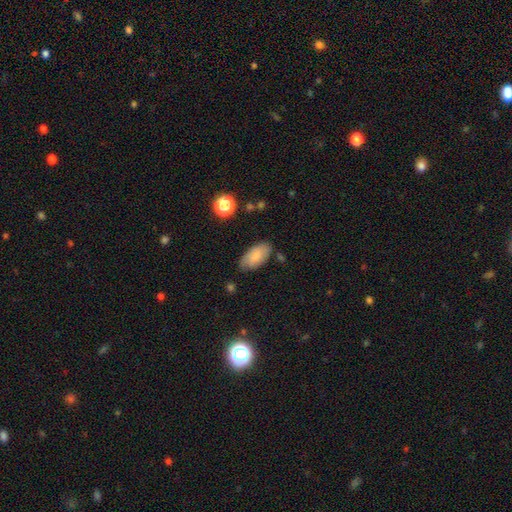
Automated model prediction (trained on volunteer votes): Smooth or featured: smooth — 80% (featured or disk — 13%)
How rounded: in between — 94% (cigar-shaped — 4%)
Merging: none — 76% (minor disturbance — 18%)